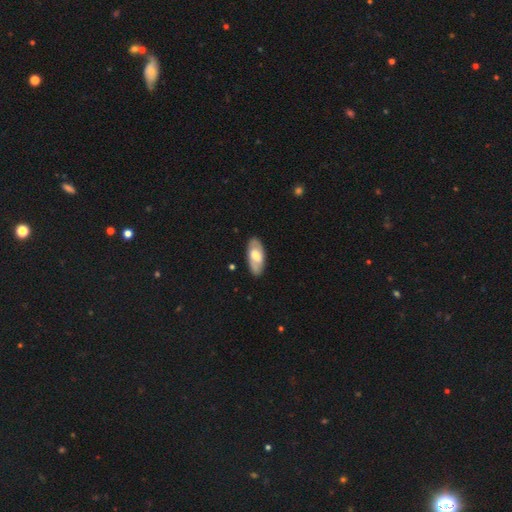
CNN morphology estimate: A smooth galaxy with no disk features (51%) that is in between round and cigar-shaped (88%).

Vote fractions:
- Smooth or featured? smooth: 51% / featured or disk: 44% / star or artifact: 5%
- How rounded? in between: 88% / cigar-shaped: 9% / round: 3%
- Merging? none: 86% / minor disturbance: 10% / major disturbance: 2% / merger: 1%